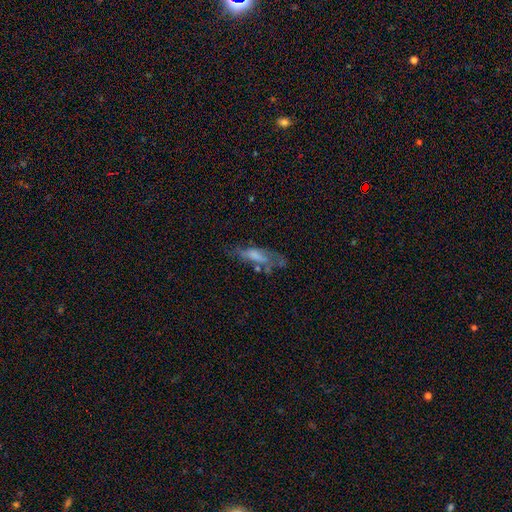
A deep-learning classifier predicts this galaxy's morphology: A smooth galaxy with no disk features (49%). Merging: none (37%).